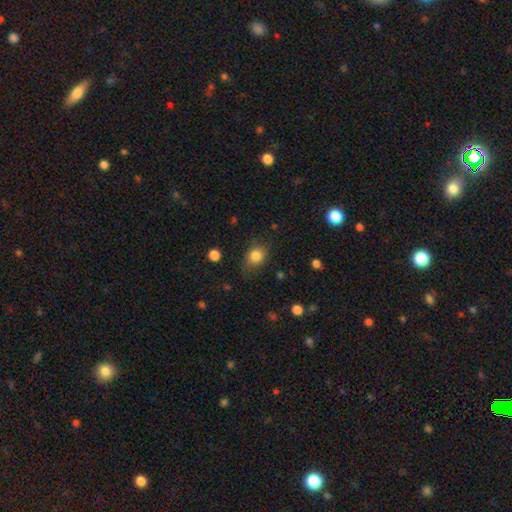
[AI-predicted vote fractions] A smooth galaxy with no disk features (83%) that is round (52%). Merging: none (67%).